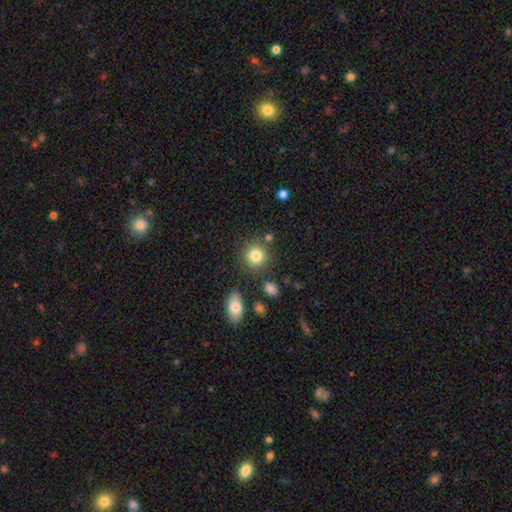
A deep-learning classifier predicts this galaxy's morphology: Smooth or featured? smooth (83%)
How rounded? round (89%)
Merging? none (82%)